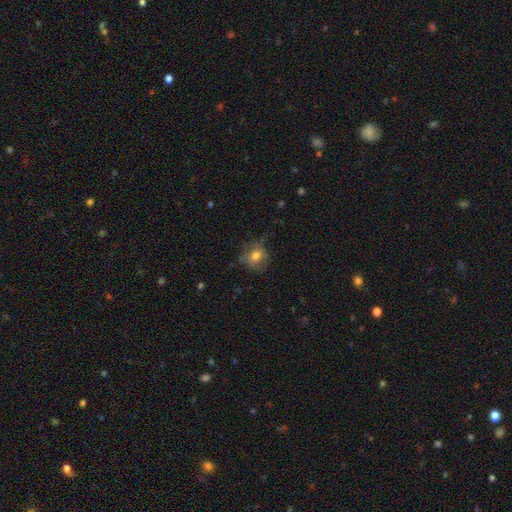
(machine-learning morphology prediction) smooth 67%, featured or disk 21%, star or artifact 12%. Down the decision tree: how rounded — round (71%); merging — none (59%).